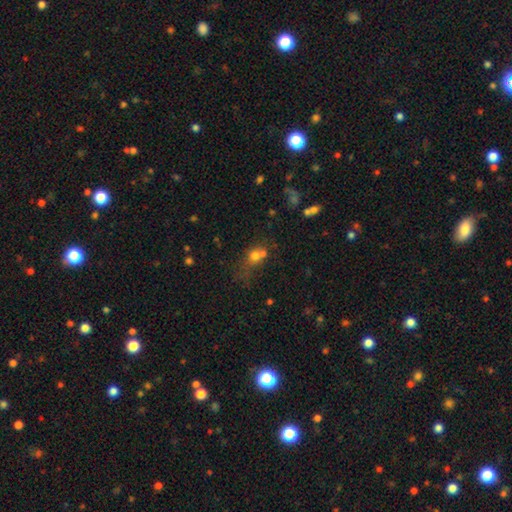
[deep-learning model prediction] smooth-or-featured: smooth: 67% | star or artifact: 18% | featured or disk: 15%
  how-rounded: round: 74% | in between: 24% | cigar-shaped: 2%
  merging: merger: 42% | none: 37% | minor disturbance: 12% | major disturbance: 9%